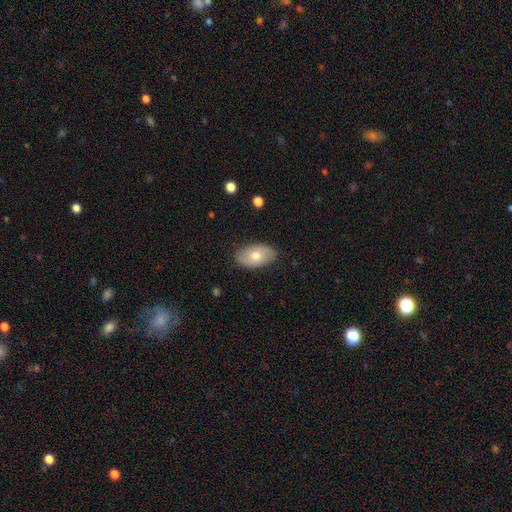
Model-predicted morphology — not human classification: This appears to be a smooth galaxy with no disk features (66%) that is in between round and cigar-shaped (93%). Merging: none (83%).